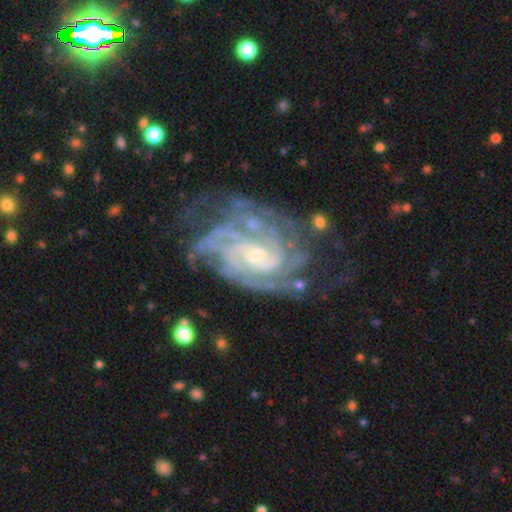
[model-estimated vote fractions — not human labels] featured or disk 90%, star or artifact 6%, smooth 4%. Down the decision tree: edge-on disk — no (97%); bar — no (62%); spiral arms — yes (98%); spiral arm count — can't tell (24%); spiral winding — tight (69%); bulge size — small (66%); merging — none (57%).